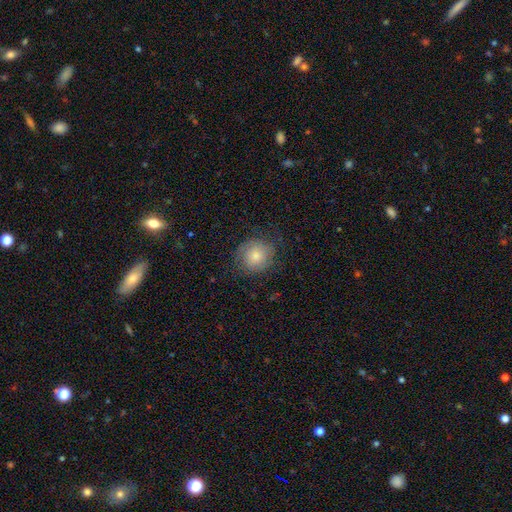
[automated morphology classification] Q: Smooth or featured?
A: smooth (62%); runner-up: featured or disk (30%)
Q: How rounded?
A: round (84%); runner-up: in between (15%)
Q: Merging?
A: none (67%); runner-up: minor disturbance (21%)